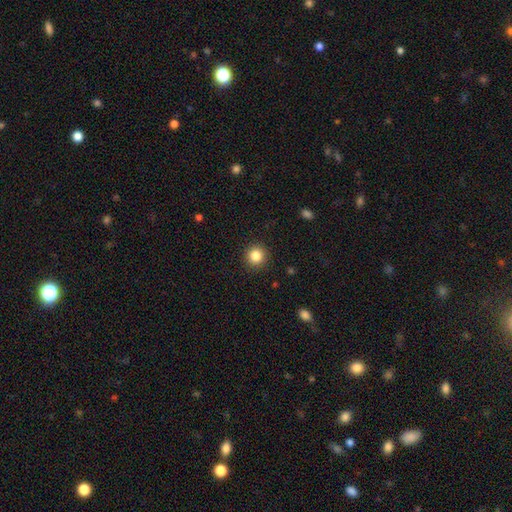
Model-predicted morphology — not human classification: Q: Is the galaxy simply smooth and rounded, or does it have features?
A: smooth — 85%.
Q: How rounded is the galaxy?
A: round — 94%.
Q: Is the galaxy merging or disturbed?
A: none — 92%.